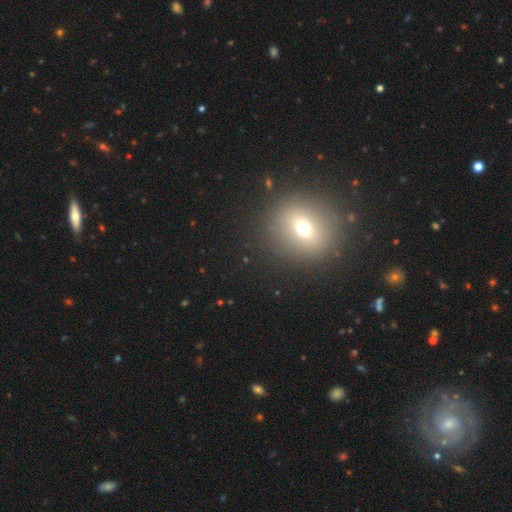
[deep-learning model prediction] The model was most divided on "smooth or featured": smooth: 53%, star or artifact: 30%, featured or disk: 16%. More confident: merging — none (90%); how rounded — round (75%).